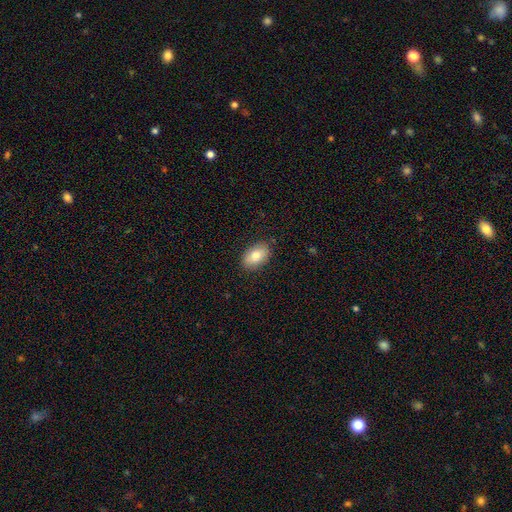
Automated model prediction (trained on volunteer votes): This is likely a smooth galaxy (78%). How rounded: clearly in between (90%). Merging: clearly none (87%).